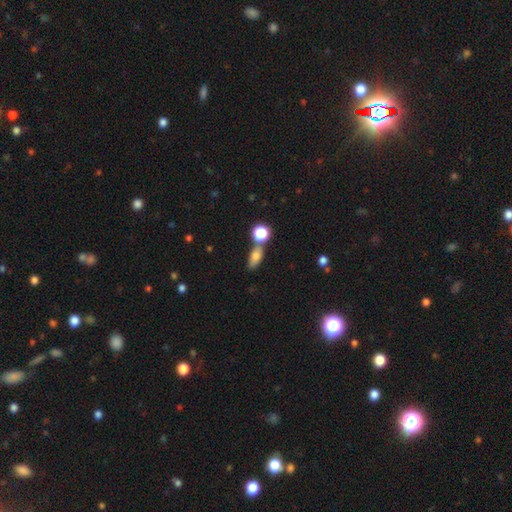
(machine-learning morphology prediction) type=smooth (74%); roundness=in between (70%); merging=none (60%).